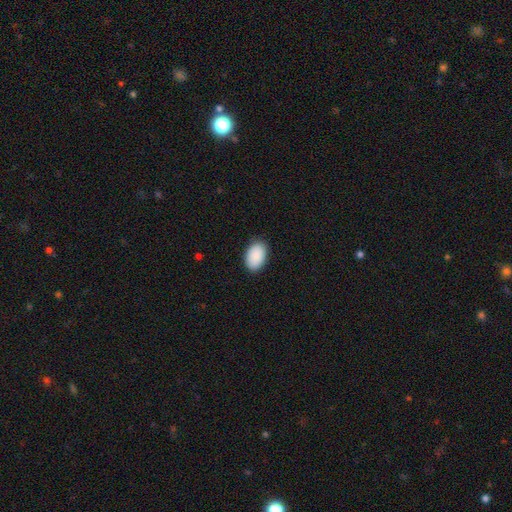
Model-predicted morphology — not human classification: Q: Smooth or featured?
A: smooth (91%); runner-up: star or artifact (6%)
Q: How rounded?
A: in between (93%); runner-up: round (6%)
Q: Merging?
A: none (87%); runner-up: minor disturbance (10%)